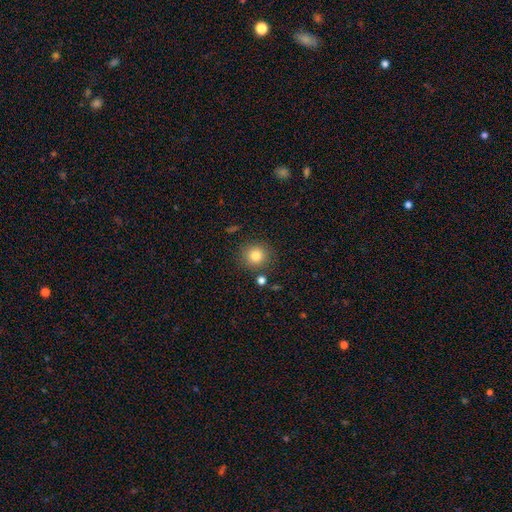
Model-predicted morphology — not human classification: A smooth galaxy with no disk features (81%) that is round (91%). Merging: none (84%).